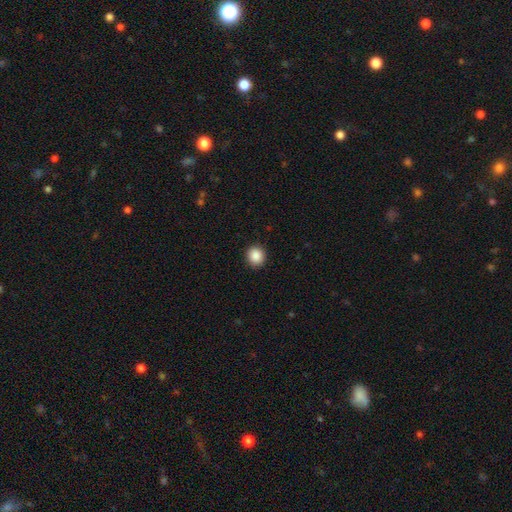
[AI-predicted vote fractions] smooth-or-featured: smooth: 88% | star or artifact: 9% | featured or disk: 3%
  how-rounded: round: 90% | in between: 9% | cigar-shaped: 1%
  merging: none: 92% | minor disturbance: 5% | major disturbance: 2% | merger: 1%